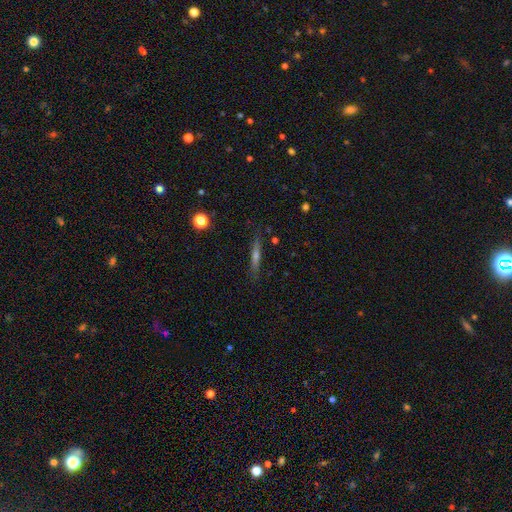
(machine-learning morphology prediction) smooth-or-featured: featured or disk: 55% | smooth: 36% | star or artifact: 9%
  disk-edge-on: yes: 95% | no: 5%
    edge-on-bulge: rounded: 72% | none: 23% | boxy: 5%
  merging: none: 87% | minor disturbance: 10% | major disturbance: 2% | merger: 1%